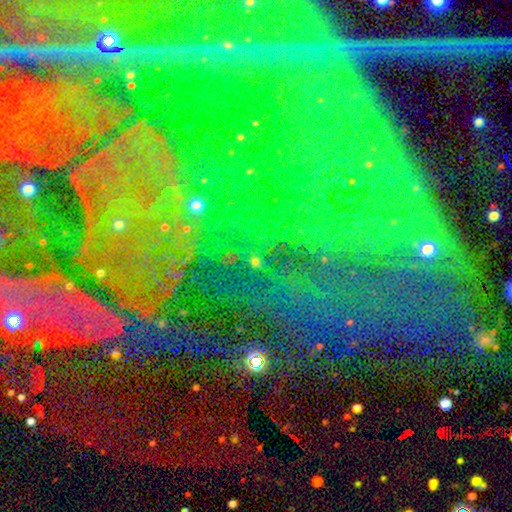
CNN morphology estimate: Q: Smooth or featured?
A: star or artifact (82%); runner-up: featured or disk (11%)